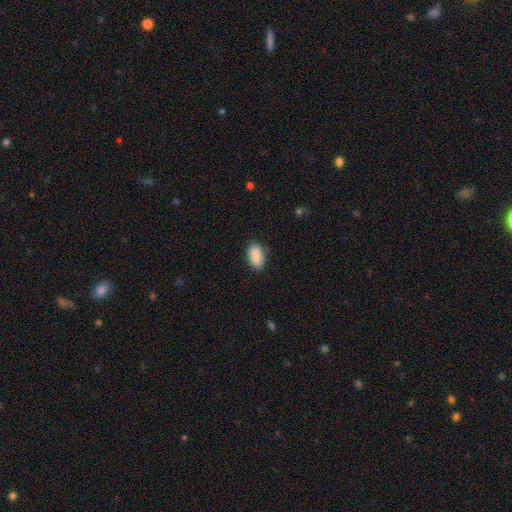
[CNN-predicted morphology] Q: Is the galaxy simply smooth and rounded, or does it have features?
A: smooth — 89%.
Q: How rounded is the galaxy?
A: in between — 91%.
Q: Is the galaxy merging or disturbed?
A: none — 80%.